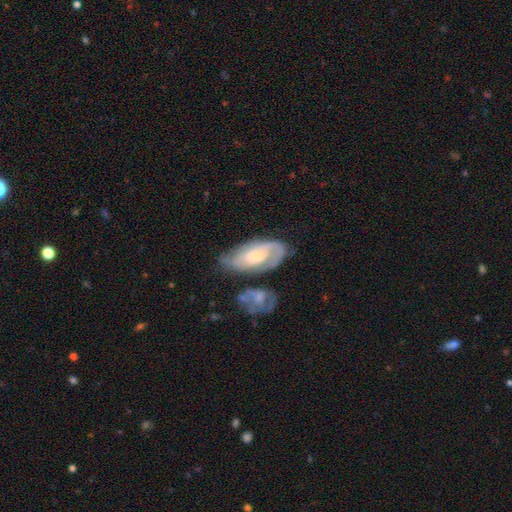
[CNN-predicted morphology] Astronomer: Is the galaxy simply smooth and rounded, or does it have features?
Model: featured or disk — 68%.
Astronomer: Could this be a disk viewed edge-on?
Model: no — 93%.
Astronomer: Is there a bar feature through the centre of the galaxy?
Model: no — 50% (runner-up: weak, 41%).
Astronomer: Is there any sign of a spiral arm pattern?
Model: yes — 86%.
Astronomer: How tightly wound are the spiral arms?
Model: tight — 46% (runner-up: medium, 40%).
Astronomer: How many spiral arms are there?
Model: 2 — 50% (runner-up: can't tell, 31%).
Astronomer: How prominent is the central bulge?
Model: small — 44% (runner-up: moderate, 38%).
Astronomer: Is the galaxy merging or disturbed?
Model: none — 51%.